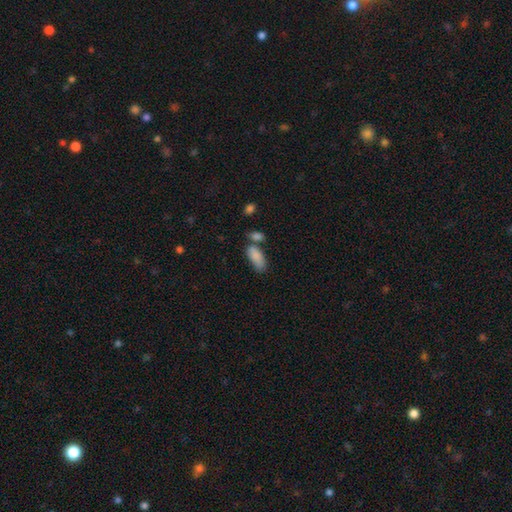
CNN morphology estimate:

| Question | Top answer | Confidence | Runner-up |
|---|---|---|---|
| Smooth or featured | smooth | 86% | featured or disk (7%) |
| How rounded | in between | 86% | cigar-shaped (11%) |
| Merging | none | 48% | merger (25%) |